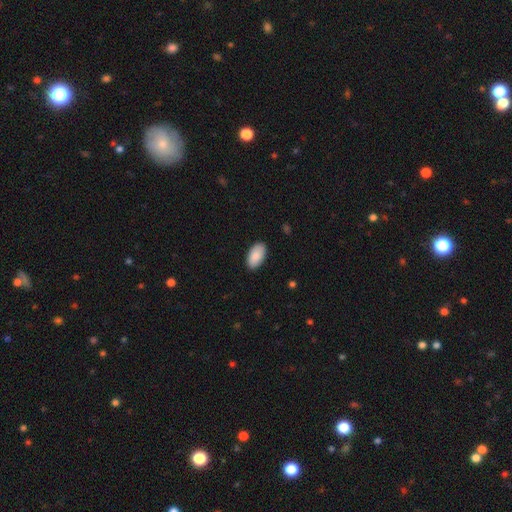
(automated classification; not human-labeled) A smooth galaxy with no disk features (90%) that is in between round and cigar-shaped (96%). Merging: none (88%).